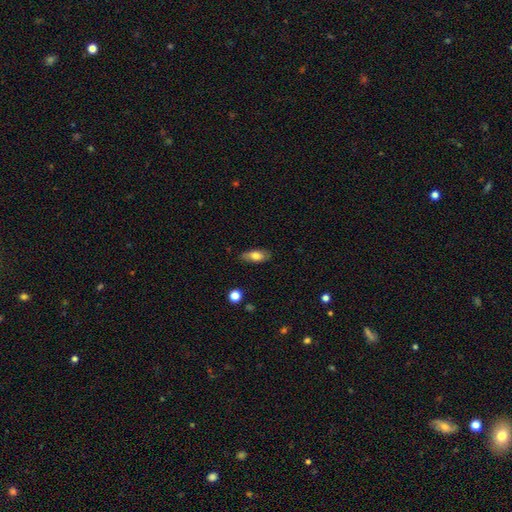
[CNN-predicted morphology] smooth 73%, featured or disk 20%, star or artifact 7%. Down the decision tree: how rounded — in between (82%); merging — none (81%).